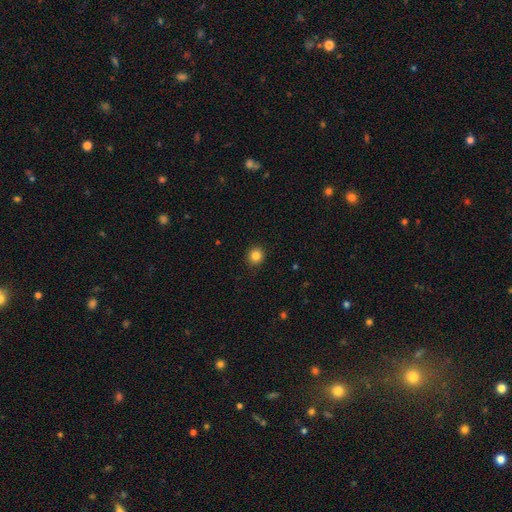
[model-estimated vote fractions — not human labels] Morphology: type=smooth (84%); roundness=round (90%); merging=none (91%).